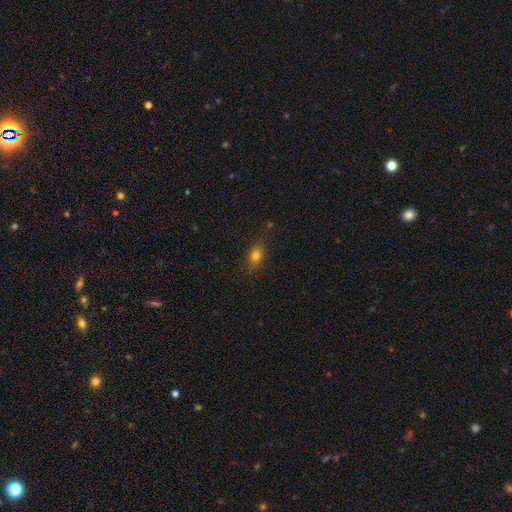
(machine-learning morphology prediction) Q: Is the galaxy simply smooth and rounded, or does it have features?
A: smooth — 77%.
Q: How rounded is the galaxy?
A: in between — 64%.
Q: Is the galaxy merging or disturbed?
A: none — 82%.